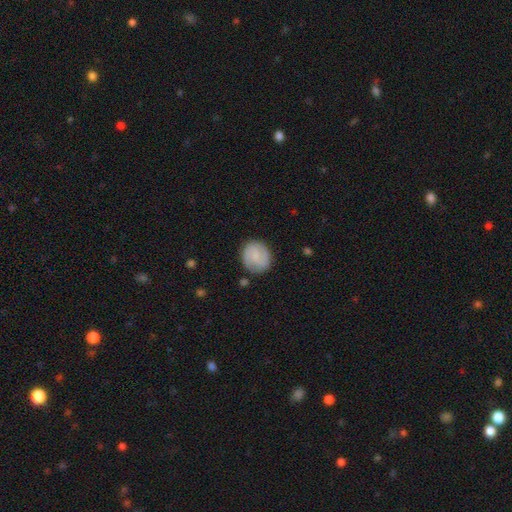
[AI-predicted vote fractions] Smooth or featured? featured or disk (47%)
Merging? none (82%)